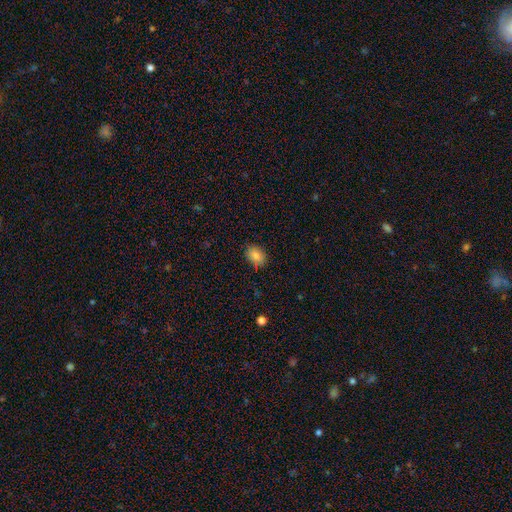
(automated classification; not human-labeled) smooth 81%, star or artifact 10%, featured or disk 9%. Down the decision tree: how rounded — in between (70%); merging — none (82%).